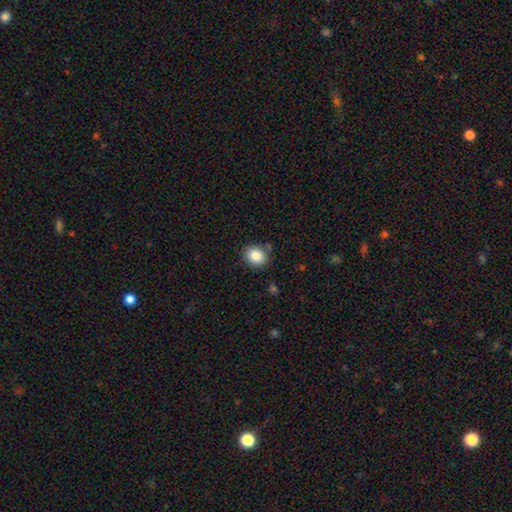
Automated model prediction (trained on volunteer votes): smooth-or-featured: smooth: 86% | star or artifact: 9% | featured or disk: 5%
  how-rounded: round: 65% | in between: 35% | cigar-shaped: 1%
  merging: none: 83% | minor disturbance: 11% | merger: 3% | major disturbance: 3%